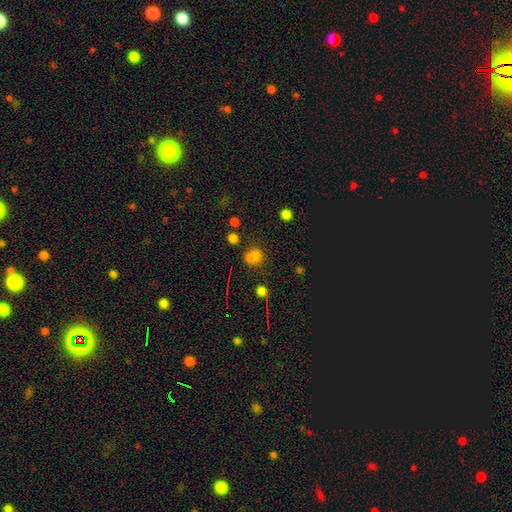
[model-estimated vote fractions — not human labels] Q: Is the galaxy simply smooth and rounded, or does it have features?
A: smooth — 66%.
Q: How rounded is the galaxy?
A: round — 76%.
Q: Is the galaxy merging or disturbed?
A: none — 44%.